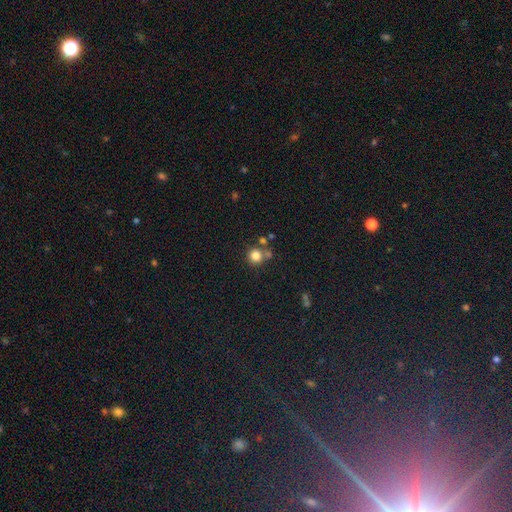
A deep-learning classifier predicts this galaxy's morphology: Smooth or featured?
  - smooth: 81% *
  - star or artifact: 12%
  - featured or disk: 6%
How rounded?
  - round: 92% *
  - in between: 7%
  - cigar-shaped: 1%
Merging?
  - none: 67% *
  - merger: 20%
  - minor disturbance: 10%
  - major disturbance: 4%